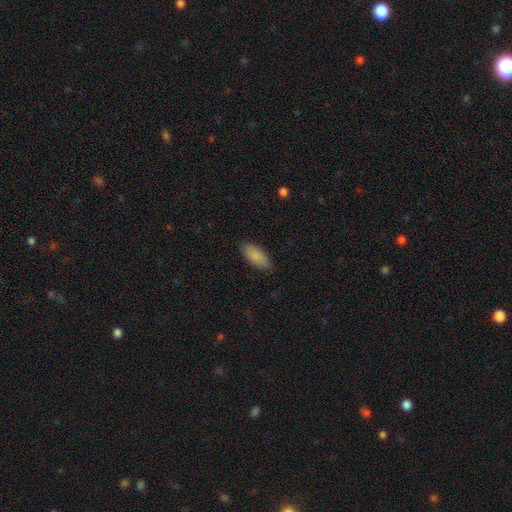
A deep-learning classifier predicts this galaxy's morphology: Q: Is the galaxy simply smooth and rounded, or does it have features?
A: smooth — 87%.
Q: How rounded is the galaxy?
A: in between — 87%.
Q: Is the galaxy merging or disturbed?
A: none — 85%.